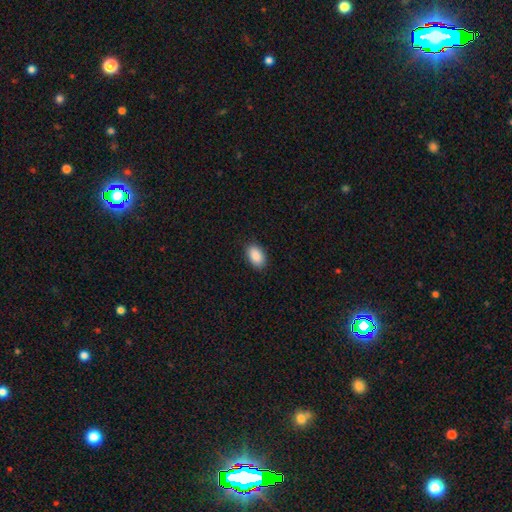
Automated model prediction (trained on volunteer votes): Smooth or featured?
  - smooth: 89% *
  - star or artifact: 7%
  - featured or disk: 4%
How rounded?
  - in between: 91% *
  - round: 8%
  - cigar-shaped: 1%
Merging?
  - none: 88% *
  - minor disturbance: 9%
  - major disturbance: 2%
  - merger: 1%